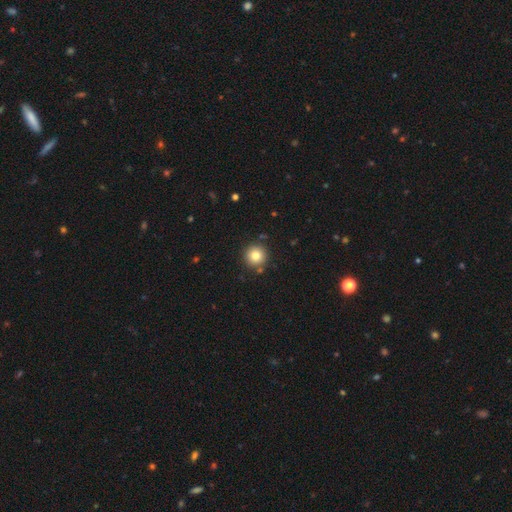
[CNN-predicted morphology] Smooth or featured? smooth (80%)
How rounded? round (95%)
Merging? none (87%)